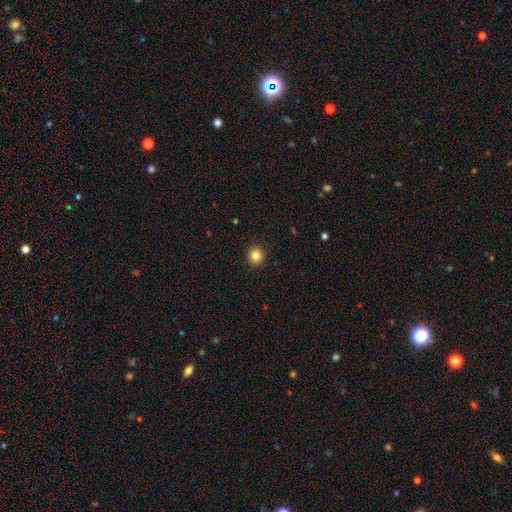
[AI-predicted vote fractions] The model was most divided on "smooth or featured": smooth: 83%, star or artifact: 11%, featured or disk: 5%. More confident: merging — none (92%); how rounded — round (89%).